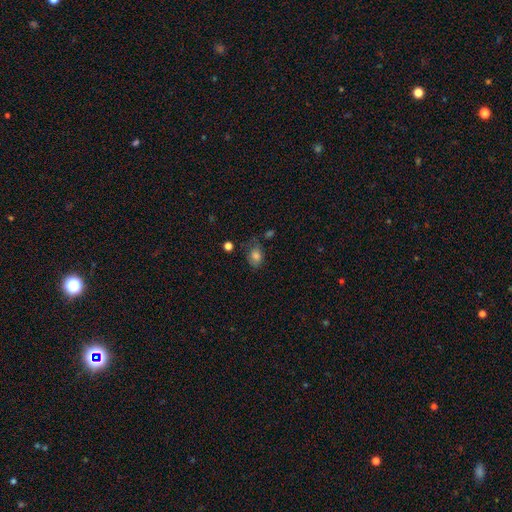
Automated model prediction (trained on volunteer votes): smooth 76%, featured or disk 12%, star or artifact 12%. Down the decision tree: how rounded — in between (72%); merging — none (58%).